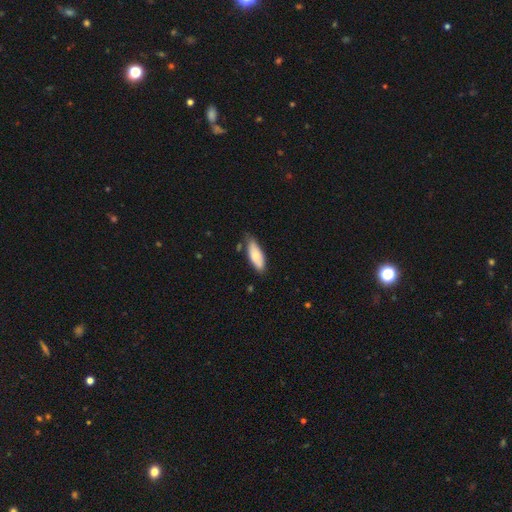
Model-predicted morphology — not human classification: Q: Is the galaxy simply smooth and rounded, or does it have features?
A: smooth — 71%.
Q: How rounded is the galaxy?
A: in between — 75%.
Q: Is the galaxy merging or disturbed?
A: none — 66%.